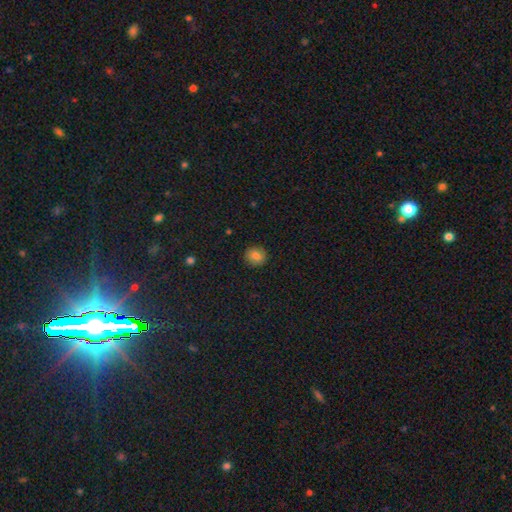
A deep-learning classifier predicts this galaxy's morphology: Overall: smooth (83%). How rounded: round (88%). Merging: none (90%).